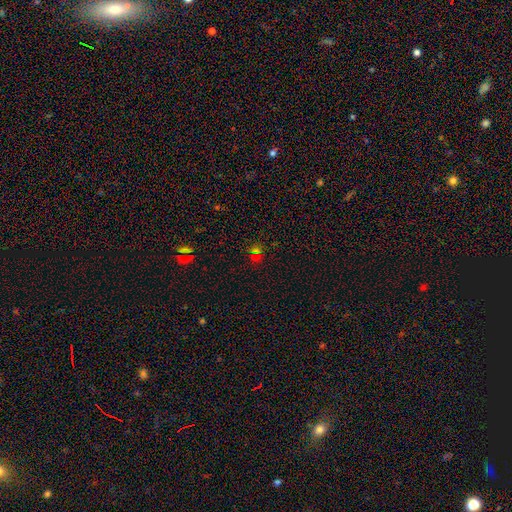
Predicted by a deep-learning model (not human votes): Morphology: type=star or artifact (46%).